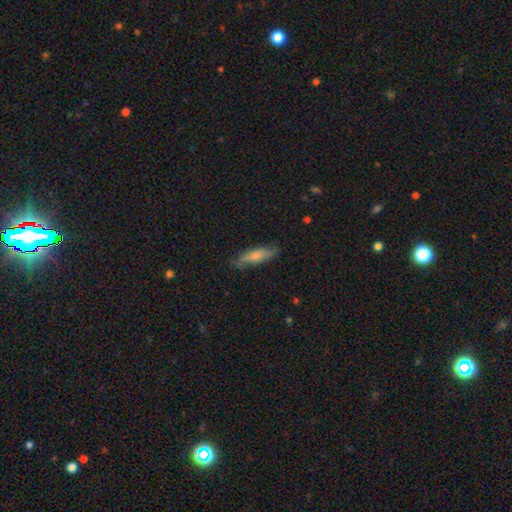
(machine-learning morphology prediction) Smooth or featured: smooth — 64% (featured or disk — 29%)
How rounded: cigar-shaped — 61% (in between — 36%)
Merging: none — 74% (minor disturbance — 20%)